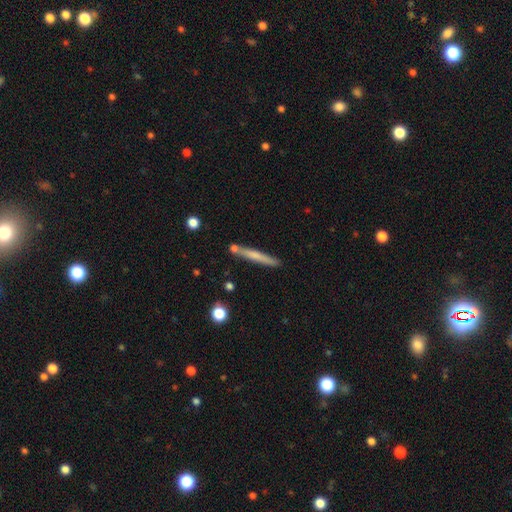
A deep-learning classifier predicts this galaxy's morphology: Smooth or featured? smooth (58%)
How rounded? cigar-shaped (96%)
Merging? none (80%)